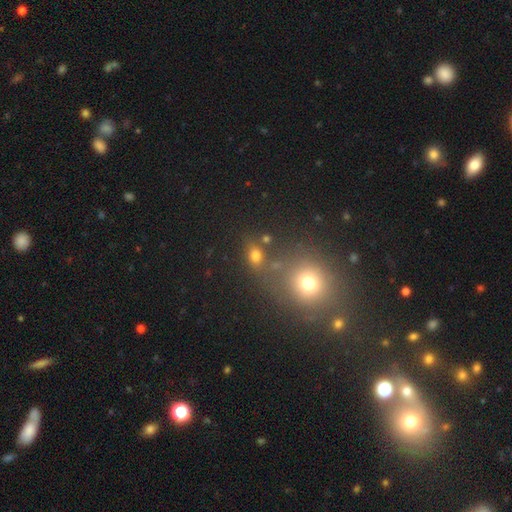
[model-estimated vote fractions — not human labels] Morphology: type=smooth (69%); roundness=round (51%); merging=none (66%).